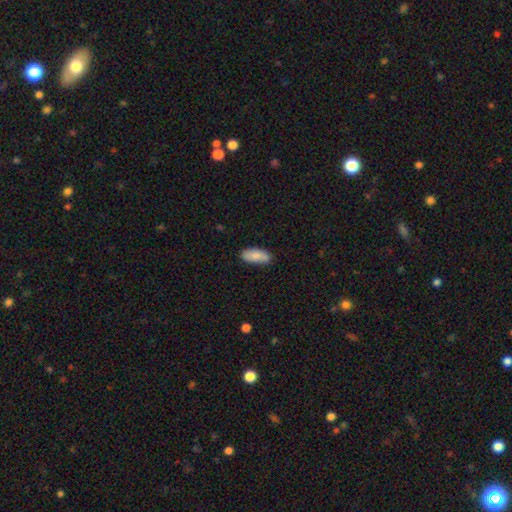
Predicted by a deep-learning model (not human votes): smooth_or_featured: smooth (p=0.83) [alt: featured or disk p=0.11]
how_rounded: in between (p=0.87) [alt: cigar-shaped p=0.11]
merging: none (p=0.77) [alt: minor disturbance p=0.18]